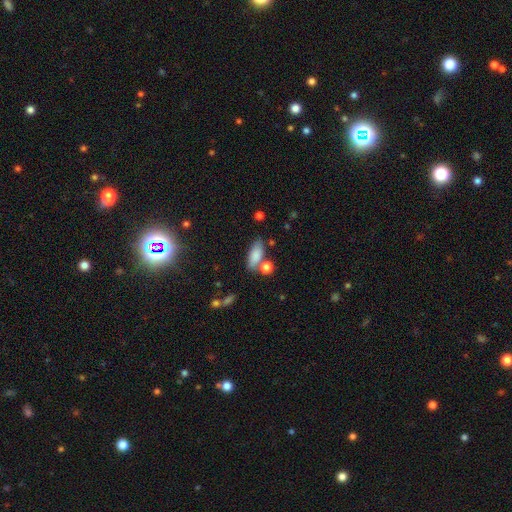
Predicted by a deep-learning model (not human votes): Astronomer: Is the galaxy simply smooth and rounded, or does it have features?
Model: smooth — 83%.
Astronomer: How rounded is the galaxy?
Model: in between — 79%.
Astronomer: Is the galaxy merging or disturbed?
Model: none — 62%.